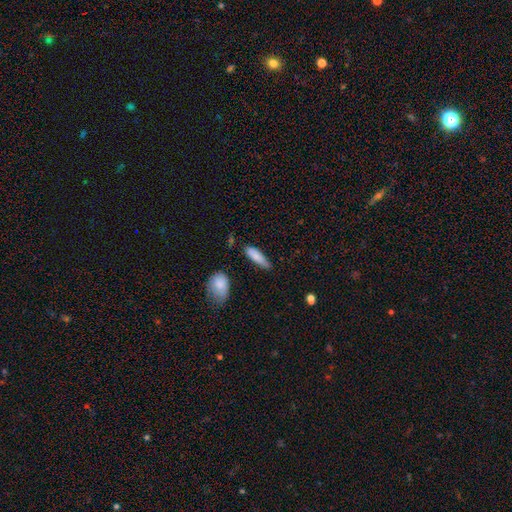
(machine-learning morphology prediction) This appears to be a smooth galaxy with no disk features (81%) that is cigar-shaped (55%). Merging: none (57%).